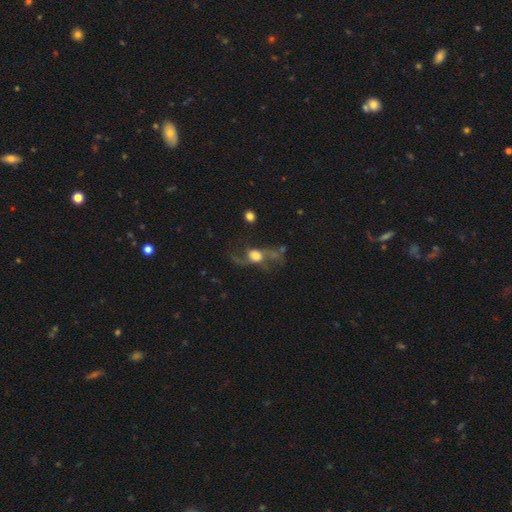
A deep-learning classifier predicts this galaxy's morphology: featured or disk 55%, smooth 34%, star or artifact 11%. Down the decision tree: edge-on disk — no (87%); merging — major disturbance (40%).